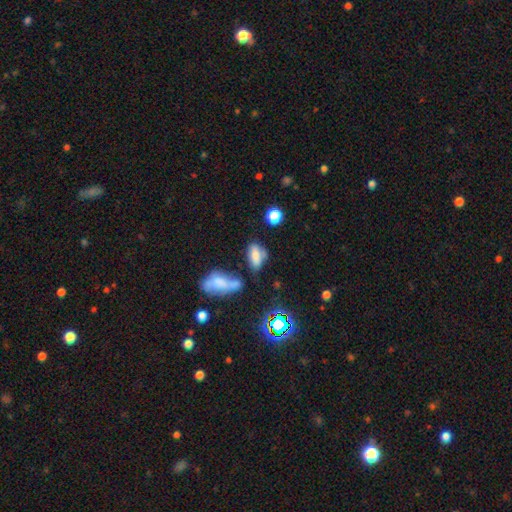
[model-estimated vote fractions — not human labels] Smooth or featured? smooth (69%)
How rounded? in between (82%)
Merging? none (42%)